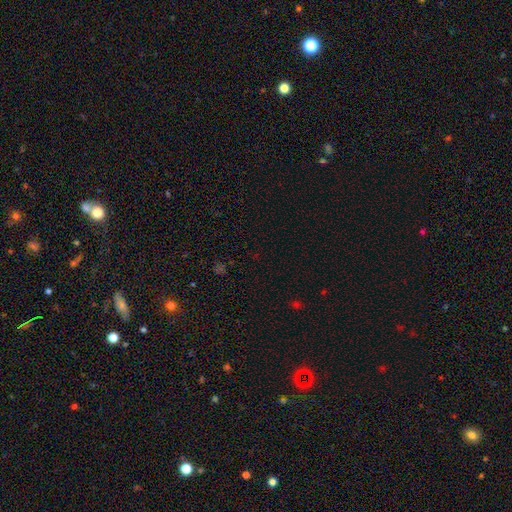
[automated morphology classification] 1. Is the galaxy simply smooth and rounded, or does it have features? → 66% star or artifact, 27% smooth, 7% featured or disk.